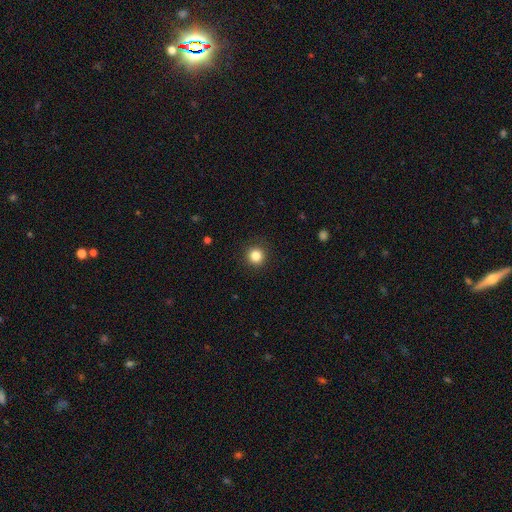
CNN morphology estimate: This is clearly a smooth galaxy (84%). How rounded: clearly round (95%). Merging: clearly none (92%).